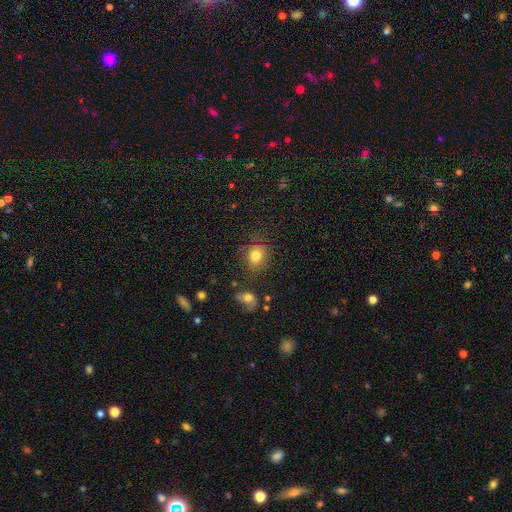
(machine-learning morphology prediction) smooth_or_featured: smooth (p=0.80) [alt: star or artifact p=0.11]
how_rounded: round (p=0.60) [alt: in between p=0.39]
merging: none (p=0.69) [alt: minor disturbance p=0.16]